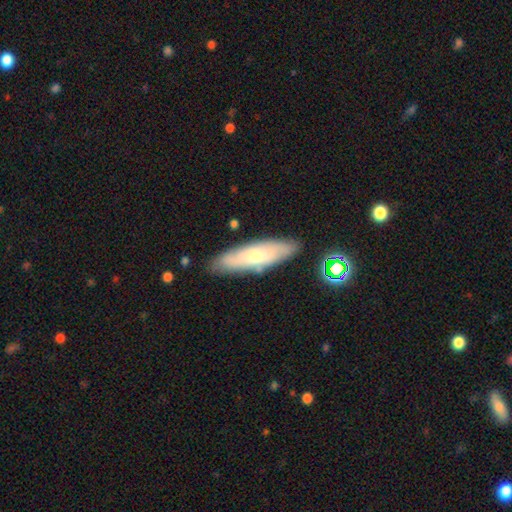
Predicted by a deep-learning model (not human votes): Smooth or featured: smooth — 59% (featured or disk — 34%)
How rounded: cigar-shaped — 58% (in between — 40%)
Merging: none — 82% (minor disturbance — 13%)